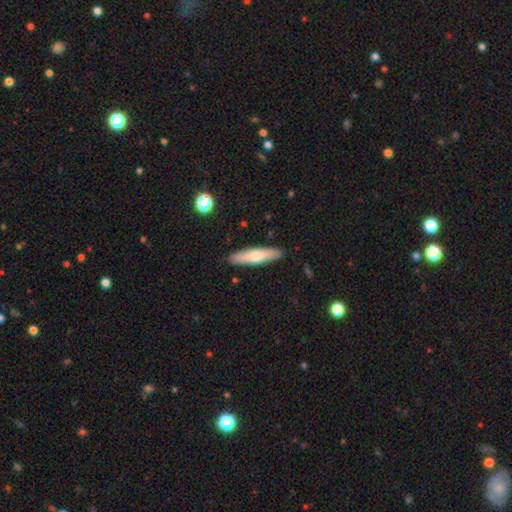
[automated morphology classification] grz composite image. It shows a smooth galaxy with no disk features (62%) that is cigar-shaped (79%). Merging: none (90%).